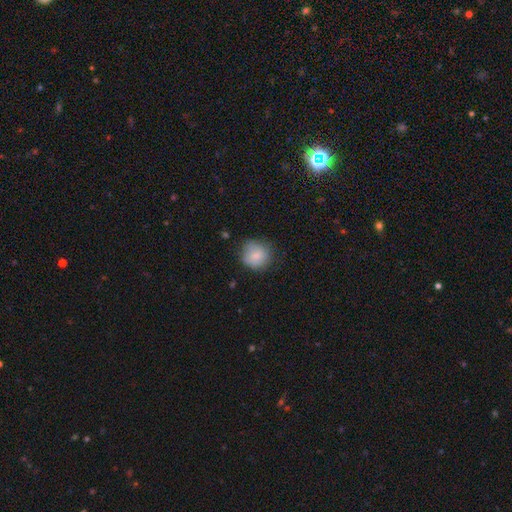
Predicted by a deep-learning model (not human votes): A smooth galaxy with no disk features (82%) that is round (86%). Merging: none (71%).